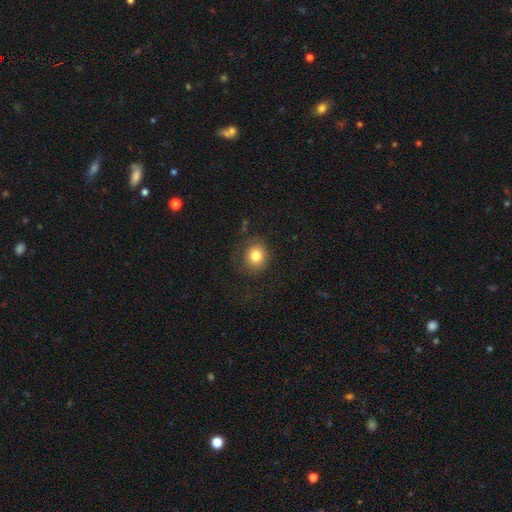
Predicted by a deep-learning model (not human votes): smooth-or-featured: smooth: 82% | star or artifact: 11% | featured or disk: 8%
  how-rounded: round: 80% | in between: 20% | cigar-shaped: 1%
  merging: none: 79% | minor disturbance: 14% | major disturbance: 6% | merger: 1%